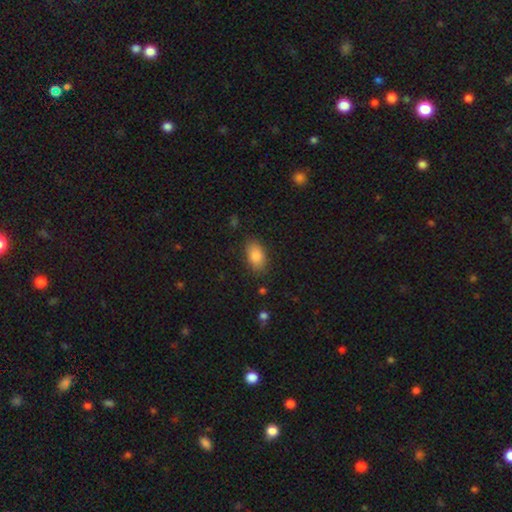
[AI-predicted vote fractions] Smooth or featured? Predicted: smooth (p=0.86). How rounded? Predicted: in between (p=0.91). Merging? Predicted: none (p=0.84).